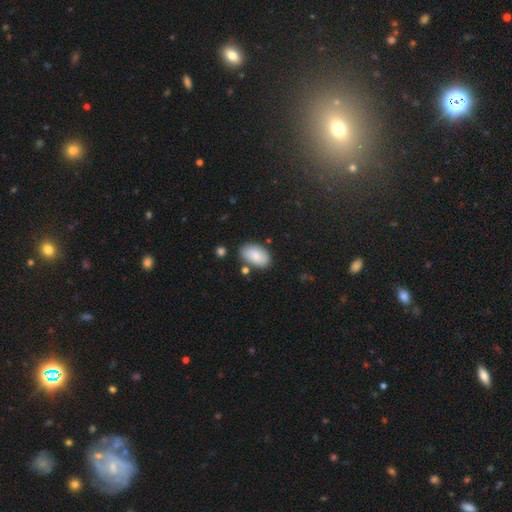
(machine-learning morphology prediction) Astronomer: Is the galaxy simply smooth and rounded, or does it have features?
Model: smooth — 84%.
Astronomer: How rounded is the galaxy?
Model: in between — 94%.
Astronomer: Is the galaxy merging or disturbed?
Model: none — 78%.